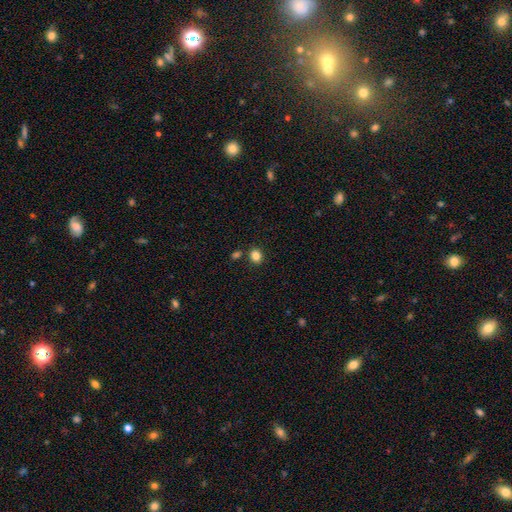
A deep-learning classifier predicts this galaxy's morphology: This appears to be a smooth galaxy with no disk features (84%) that is round (57%). Merging: none (82%).